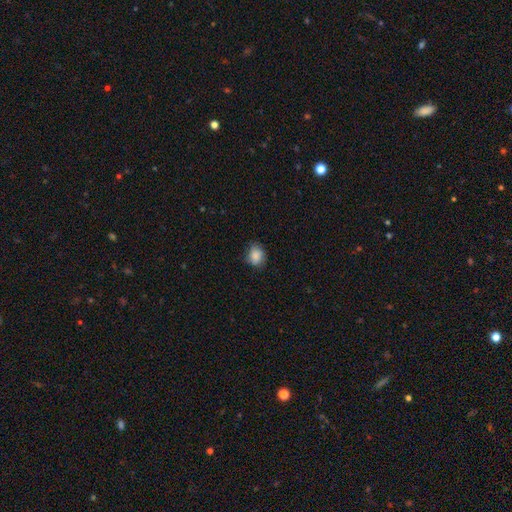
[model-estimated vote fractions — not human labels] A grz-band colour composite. It shows a smooth galaxy with no disk features (86%) that is round (58%). Merging: none (70%).